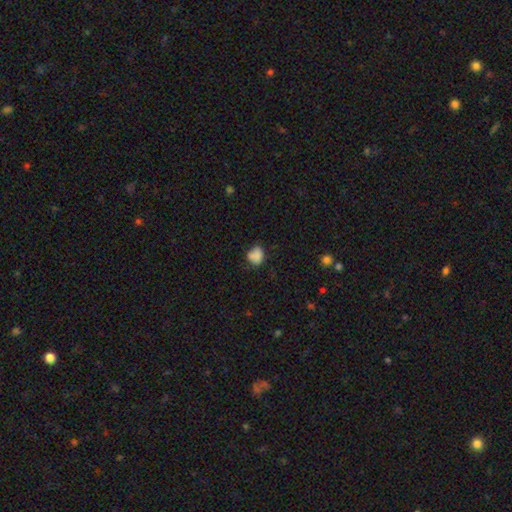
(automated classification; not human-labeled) Overall: smooth (80%). How rounded: in between (51%; round 48%). Merging: none (49%; minor disturbance 34%).